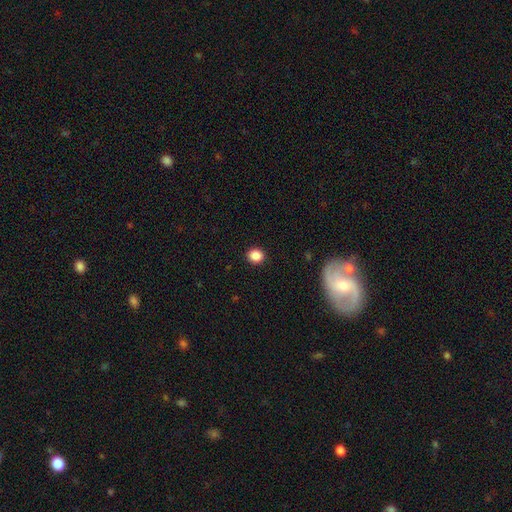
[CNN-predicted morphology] smooth-or-featured: smooth: 86% | star or artifact: 10% | featured or disk: 3%
  how-rounded: round: 75% | in between: 24% | cigar-shaped: 1%
  merging: none: 91% | minor disturbance: 6% | major disturbance: 2% | merger: 1%